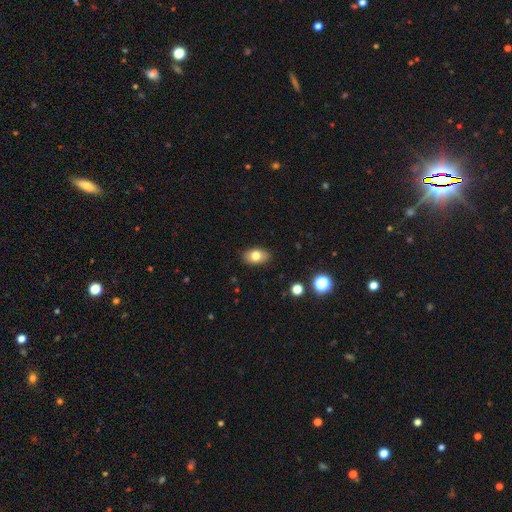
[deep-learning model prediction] A smooth galaxy with no disk features (79%) that is in between round and cigar-shaped (86%).

Vote fractions:
- Smooth or featured? smooth: 79% / featured or disk: 12% / star or artifact: 9%
- How rounded? in between: 86% / round: 12% / cigar-shaped: 2%
- Merging? none: 87% / minor disturbance: 10% / major disturbance: 2% / merger: 1%